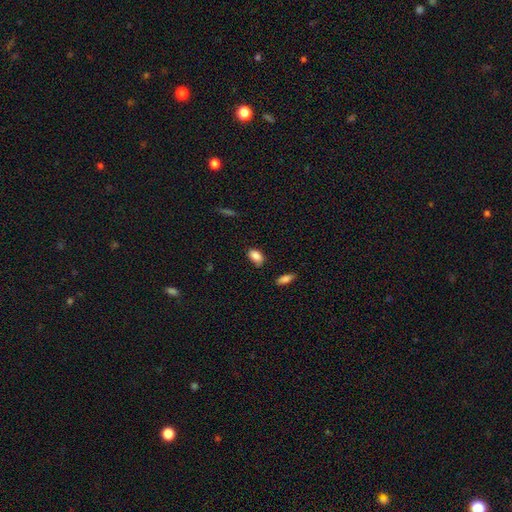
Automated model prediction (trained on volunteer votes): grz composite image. It shows a smooth galaxy with no disk features (86%) that is in between round and cigar-shaped (89%). Merging: none (65%).